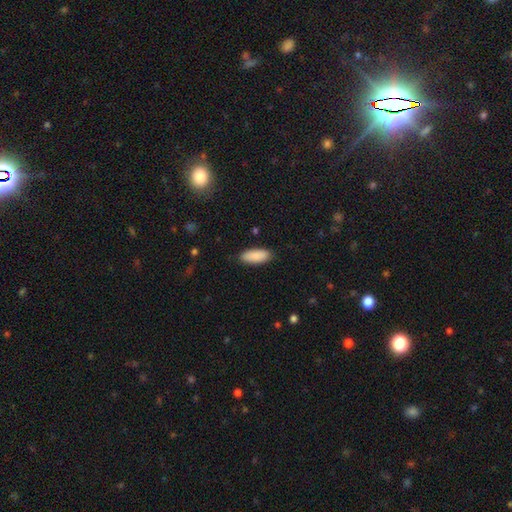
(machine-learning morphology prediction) This is clearly a smooth galaxy (89%). How rounded: clearly in between (80%). Merging: clearly none (87%).